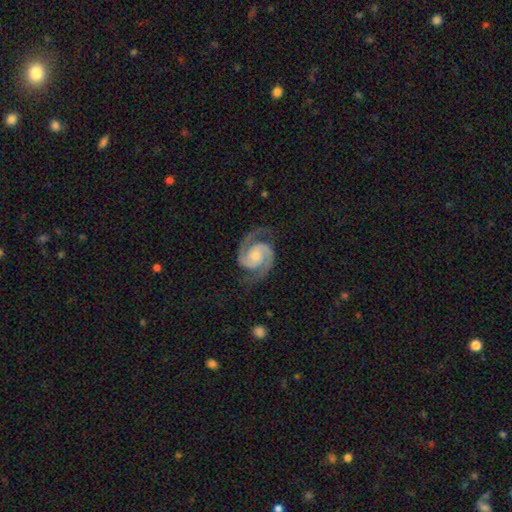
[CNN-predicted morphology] Q: Smooth or featured?
A: featured or disk (94%); runner-up: star or artifact (4%)
Q: Edge-on disk?
A: no (98%); runner-up: yes (2%)
Q: Bar?
A: no (68%); runner-up: weak (23%)
Q: Spiral arms?
A: yes (99%); runner-up: no (1%)
Q: Spiral winding?
A: medium (55%); runner-up: tight (37%)
Q: Spiral arm count?
A: 2 (95%); runner-up: 3 (1%)
Q: Bulge size?
A: small (49%); runner-up: moderate (42%)
Q: Merging?
A: none (81%); runner-up: minor disturbance (13%)